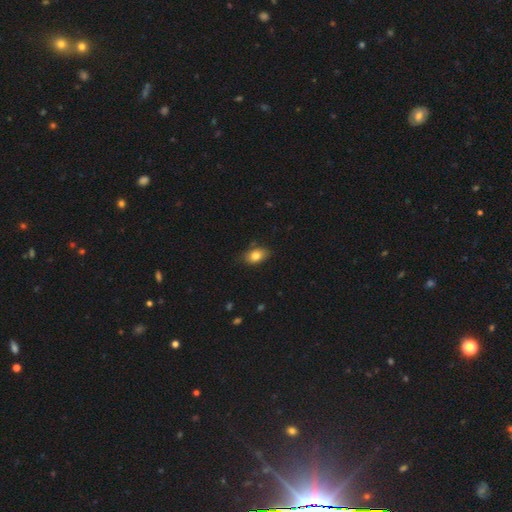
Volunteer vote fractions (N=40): smooth-or-featured: smooth: 78% | featured or disk: 15% | star or artifact: 8%
  how-rounded: in between: 87% | round: 10% | cigar-shaped: 3%
  merging: none: 86% | minor disturbance: 8% | major disturbance: 5% | merger: 0%